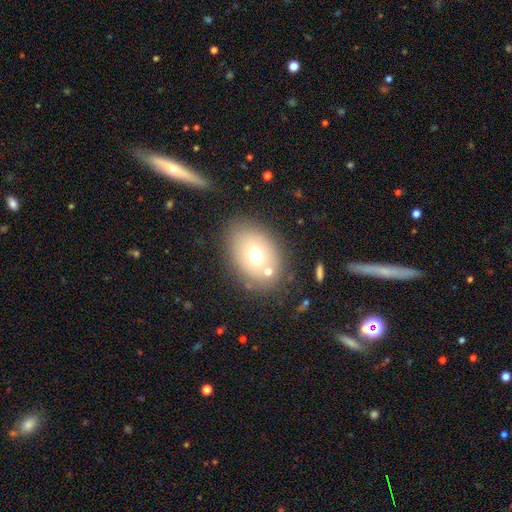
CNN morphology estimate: The model was most divided on "how rounded": in between: 72%, round: 27%, cigar-shaped: 1%. More confident: merging — none (74%); smooth or featured — smooth (66%).